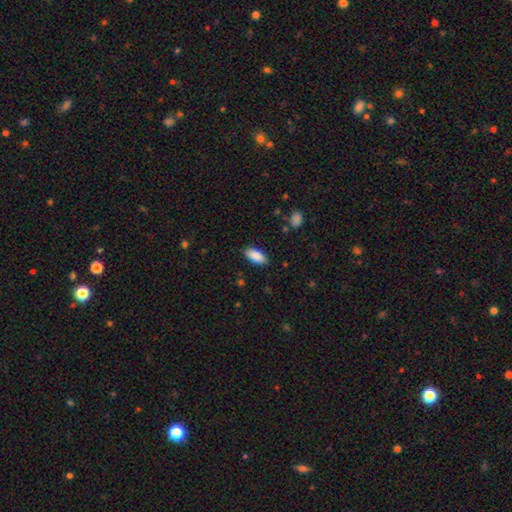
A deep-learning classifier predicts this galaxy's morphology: Smooth or featured?
  - smooth: 89% *
  - star or artifact: 6%
  - featured or disk: 4%
How rounded?
  - in between: 89% *
  - cigar-shaped: 9%
  - round: 2%
Merging?
  - none: 87% *
  - minor disturbance: 10%
  - major disturbance: 2%
  - merger: 1%